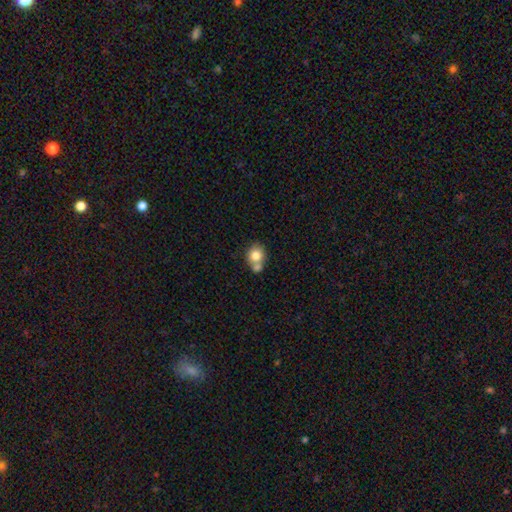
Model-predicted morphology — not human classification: Overall: smooth (78%). How rounded: round (72%). Merging: merger (47%; none 40%).